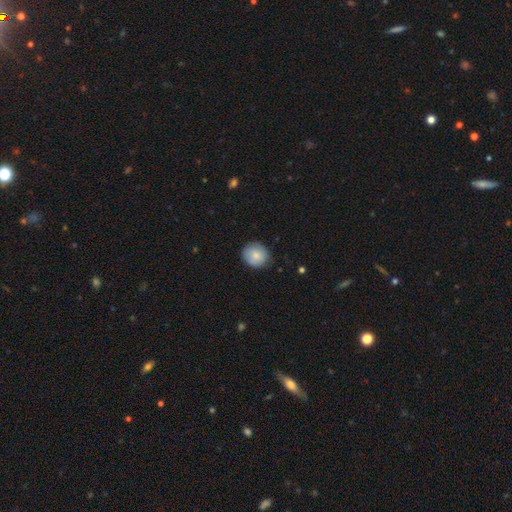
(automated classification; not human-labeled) Q: Smooth or featured?
A: smooth (85%); runner-up: featured or disk (8%)
Q: How rounded?
A: round (87%); runner-up: in between (13%)
Q: Merging?
A: none (86%); runner-up: minor disturbance (11%)